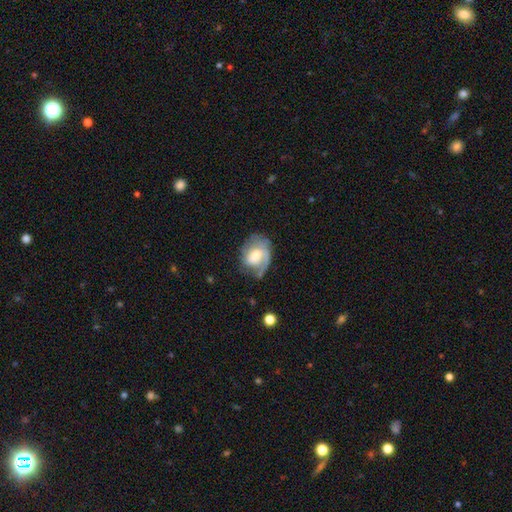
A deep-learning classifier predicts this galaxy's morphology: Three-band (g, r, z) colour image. It shows a featured or disk galaxy (64%) with no bar (48%), 1 (44%) tight (40%) spiral arms (83%) and a moderate central bulge (55%). Merging: none (52%).